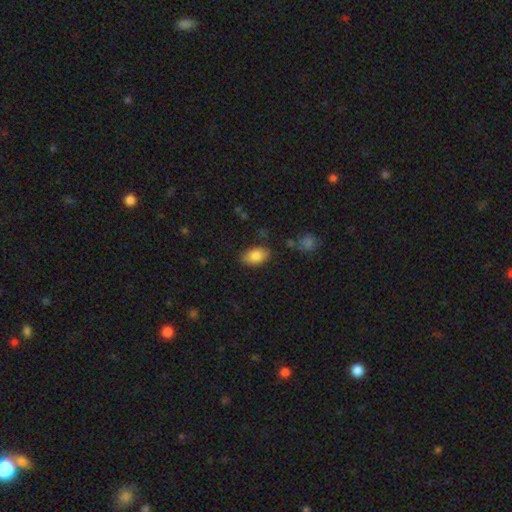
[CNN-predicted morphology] Q: Smooth or featured?
A: smooth (85%); runner-up: featured or disk (8%)
Q: How rounded?
A: in between (91%); runner-up: round (8%)
Q: Merging?
A: none (81%); runner-up: minor disturbance (13%)